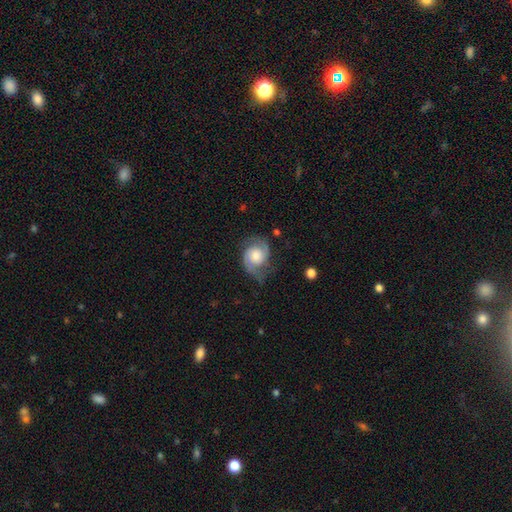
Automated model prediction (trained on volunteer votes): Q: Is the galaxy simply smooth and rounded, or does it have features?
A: featured or disk — 79%.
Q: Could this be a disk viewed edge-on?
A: no — 98%.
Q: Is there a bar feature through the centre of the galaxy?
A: no — 68%.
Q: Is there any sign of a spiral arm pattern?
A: yes — 96%.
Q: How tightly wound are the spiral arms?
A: medium — 49%.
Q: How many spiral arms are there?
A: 2 — 91%.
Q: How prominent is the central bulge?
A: moderate — 46%.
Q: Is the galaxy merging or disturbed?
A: none — 65%.